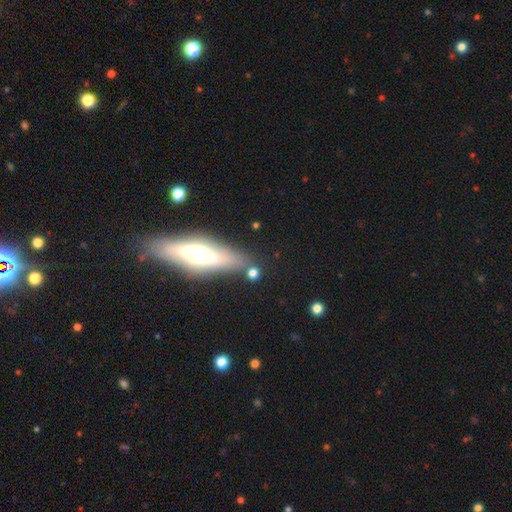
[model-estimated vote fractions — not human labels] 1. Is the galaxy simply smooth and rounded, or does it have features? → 60% featured or disk, 30% smooth, 10% star or artifact.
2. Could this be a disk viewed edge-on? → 84% yes, 16% no.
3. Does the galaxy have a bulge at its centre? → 79% rounded, 11% boxy, 10% none.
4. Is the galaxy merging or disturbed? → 80% none, 13% minor disturbance, 4% major disturbance, 3% merger.